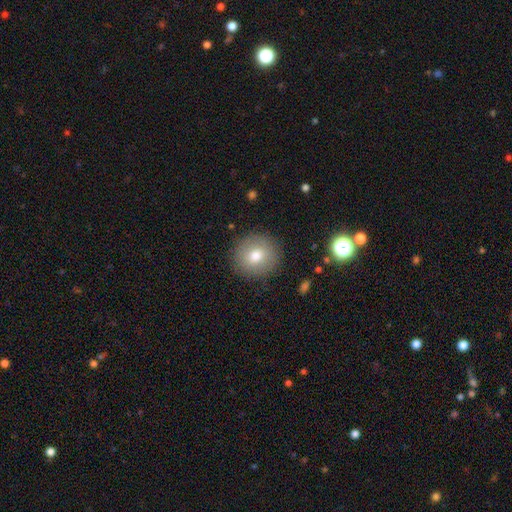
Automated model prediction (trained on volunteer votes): This is likely a smooth galaxy (76%). How rounded: clearly round (92%). Merging: clearly none (89%).